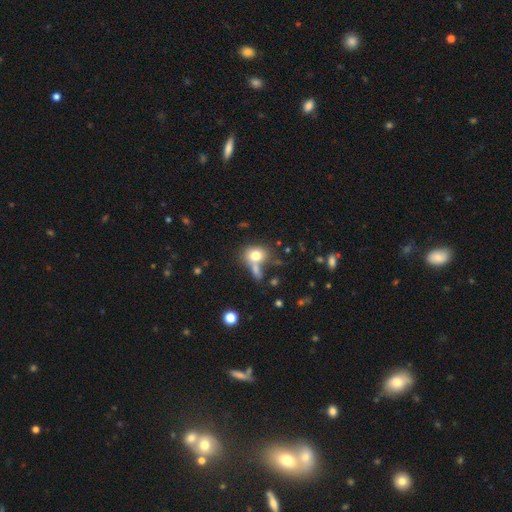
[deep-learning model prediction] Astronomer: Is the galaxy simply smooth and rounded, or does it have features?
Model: smooth — 76%.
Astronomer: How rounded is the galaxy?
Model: in between — 50% (runner-up: round, 49%).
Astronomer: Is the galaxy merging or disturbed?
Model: none — 48% (runner-up: merger, 32%).